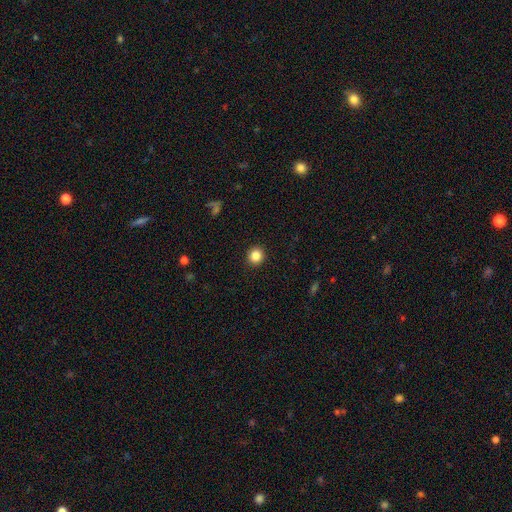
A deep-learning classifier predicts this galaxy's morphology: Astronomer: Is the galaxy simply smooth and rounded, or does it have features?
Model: smooth — 85%.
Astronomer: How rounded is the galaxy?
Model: round — 92%.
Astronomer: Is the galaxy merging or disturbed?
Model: none — 92%.